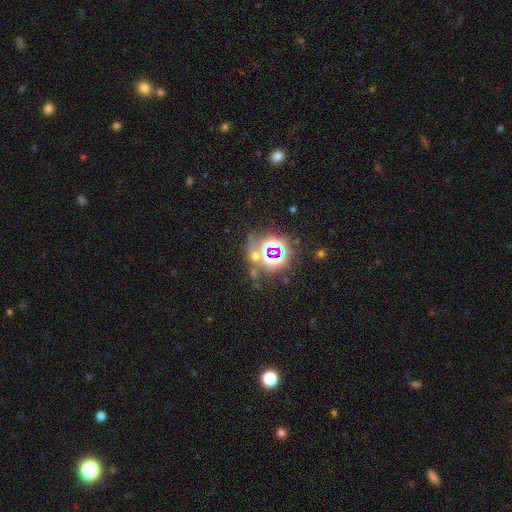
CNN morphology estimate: star or artifact 62%, smooth 27%, featured or disk 11%.